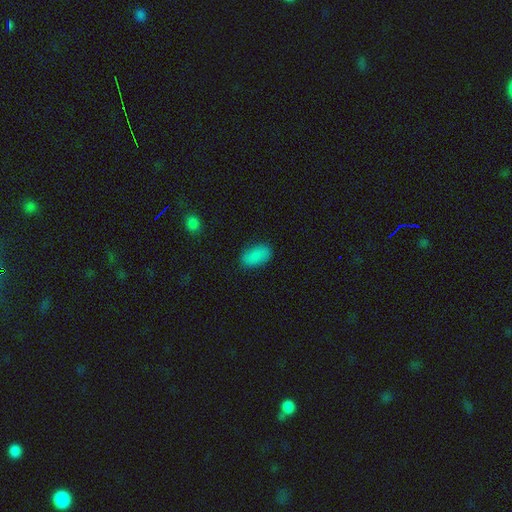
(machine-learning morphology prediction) type=smooth (86%); roundness=in between (93%); merging=none (83%).